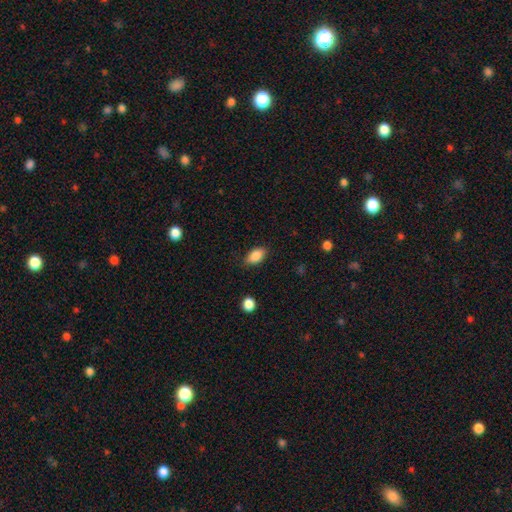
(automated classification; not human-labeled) This is clearly a smooth galaxy (87%). How rounded: clearly in between (89%). Merging: clearly none (83%).